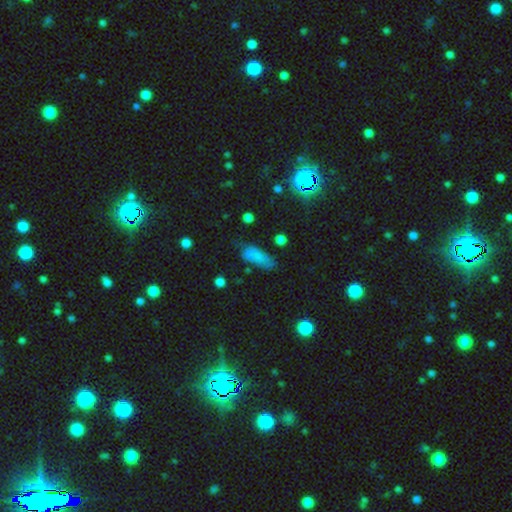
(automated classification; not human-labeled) The model was most divided on "merging": none: 51%, minor disturbance: 29%, major disturbance: 13%, merger: 7%. More confident: how rounded — in between (72%); smooth or featured — smooth (70%).